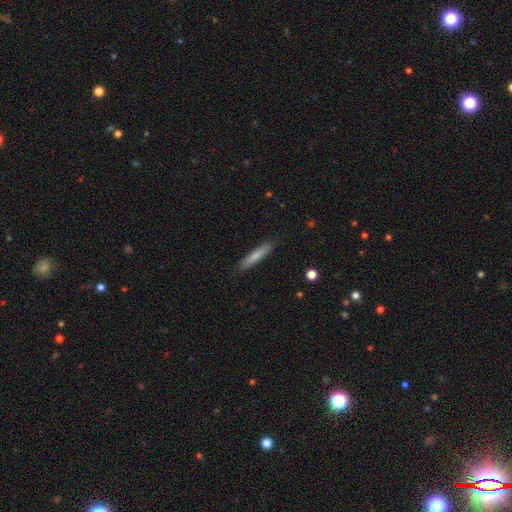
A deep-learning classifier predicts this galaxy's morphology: Smooth or featured?
  - smooth: 74% *
  - featured or disk: 20%
  - star or artifact: 6%
How rounded?
  - cigar-shaped: 92% *
  - in between: 7%
  - round: 1%
Merging?
  - none: 89% *
  - minor disturbance: 8%
  - major disturbance: 2%
  - merger: 1%